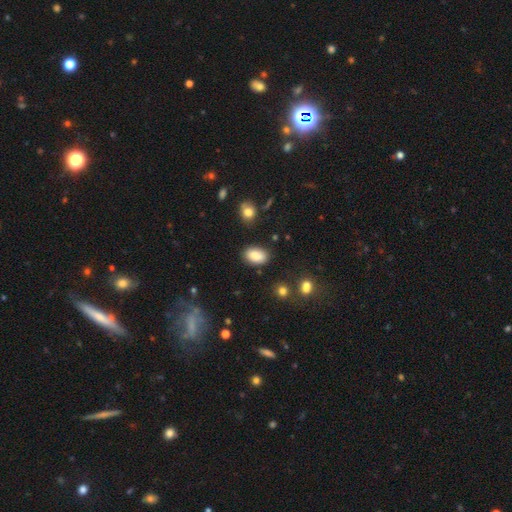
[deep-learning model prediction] Smooth or featured: smooth — 87% (star or artifact — 8%)
How rounded: in between — 90% (round — 8%)
Merging: none — 84% (minor disturbance — 11%)